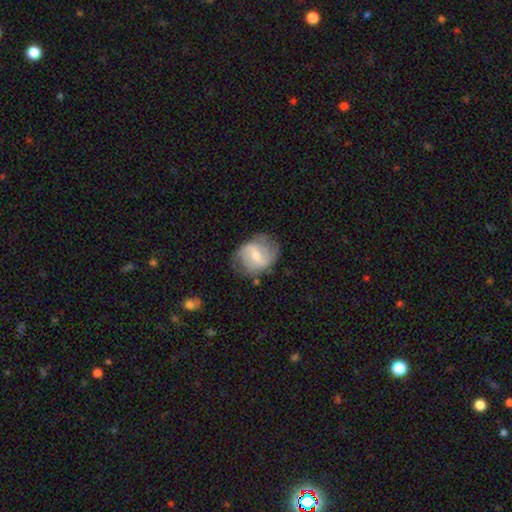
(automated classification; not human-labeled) The model was most divided on "bulge size": moderate: 52%, small: 42%, large: 3%, none: 2%, dominant: 1%. Remaining: edge-on disk — no (97%); spiral arms — yes (83%); spiral arm count — 2 (74%); smooth or featured — featured or disk (66%); merging — none (65%); bar — weak (55%); spiral winding — medium (44%).